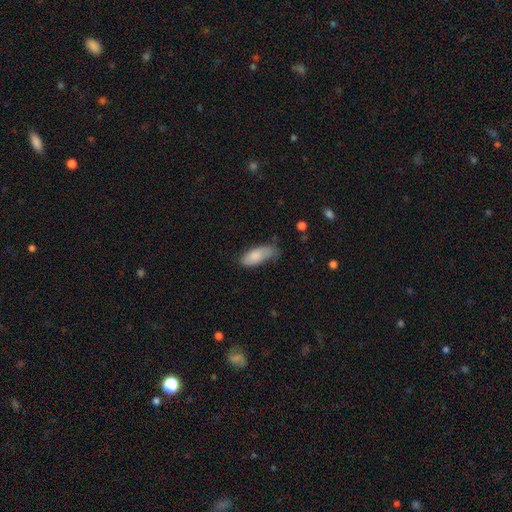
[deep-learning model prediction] Q: Smooth or featured?
A: smooth (83%); runner-up: featured or disk (11%)
Q: How rounded?
A: in between (82%); runner-up: cigar-shaped (16%)
Q: Merging?
A: none (51%); runner-up: minor disturbance (36%)